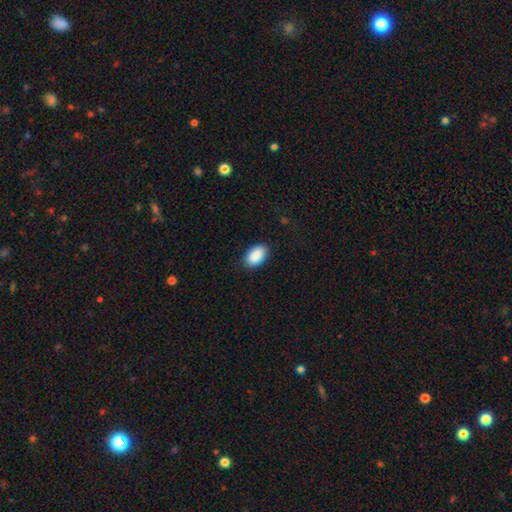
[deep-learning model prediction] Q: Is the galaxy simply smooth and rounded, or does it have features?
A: smooth — 91%.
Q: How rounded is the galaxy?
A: in between — 94%.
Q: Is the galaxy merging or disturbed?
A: none — 88%.